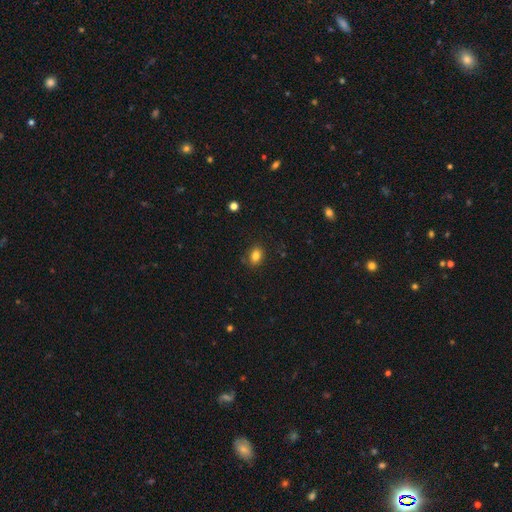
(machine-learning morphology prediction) This appears to be a smooth galaxy with no disk features (83%) that is in between round and cigar-shaped (73%). Merging: none (82%).